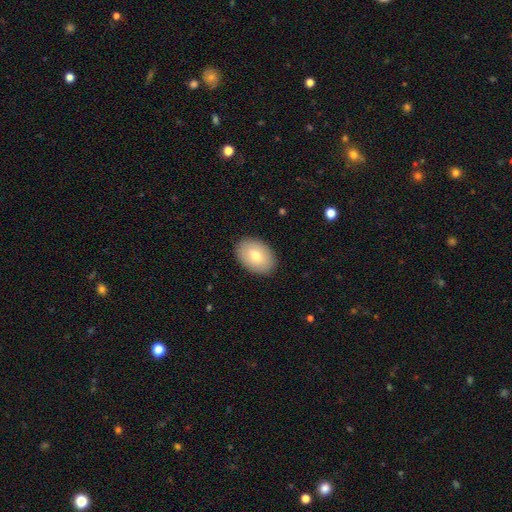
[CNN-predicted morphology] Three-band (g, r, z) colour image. It shows a smooth galaxy with no disk features (76%) that is in between round and cigar-shaped (83%). Merging: none (90%).